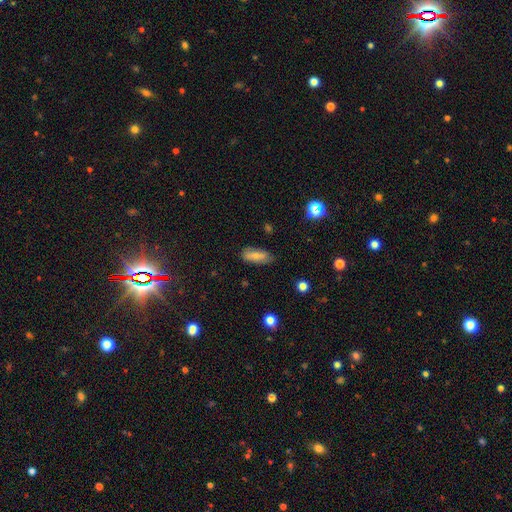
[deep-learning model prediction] A smooth galaxy with no disk features (75%) that is in between round and cigar-shaped (73%).

Vote fractions:
- Smooth or featured? smooth: 75% / featured or disk: 17% / star or artifact: 8%
- How rounded? in between: 73% / cigar-shaped: 24% / round: 3%
- Merging? none: 77% / minor disturbance: 18% / major disturbance: 3% / merger: 2%